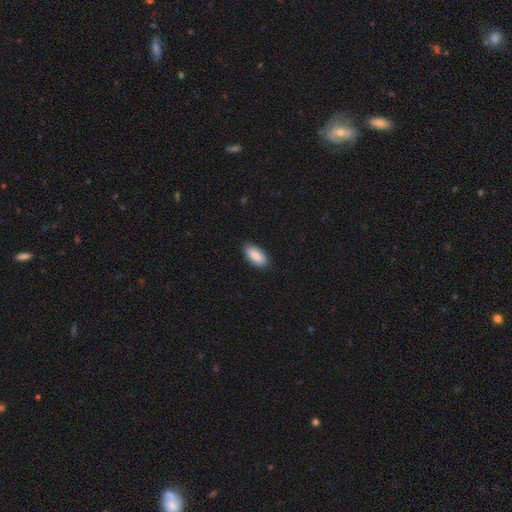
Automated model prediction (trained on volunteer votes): Morphology: type=smooth (88%); roundness=in between (90%); merging=none (87%).